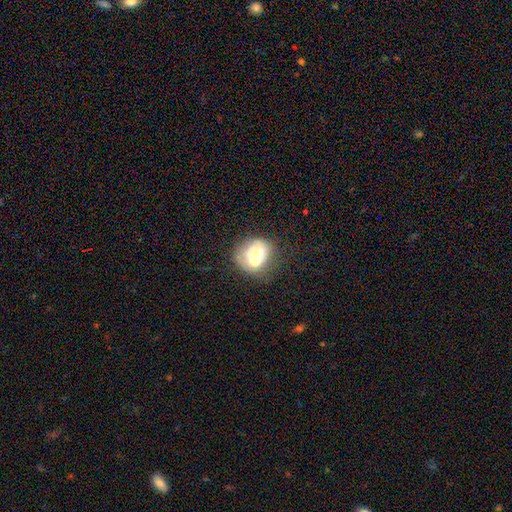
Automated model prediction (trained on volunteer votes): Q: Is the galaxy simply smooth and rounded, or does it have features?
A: smooth — 56%.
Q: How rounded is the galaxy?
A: round — 68%.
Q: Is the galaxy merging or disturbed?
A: merger — 41%.